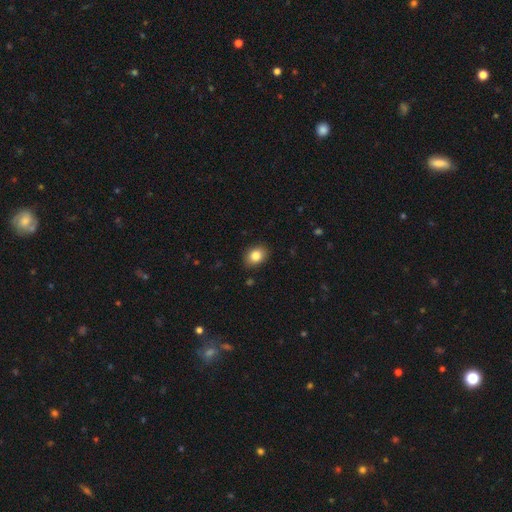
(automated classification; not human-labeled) This is clearly a smooth galaxy (85%). How rounded: likely in between (64%). Merging: clearly none (87%).